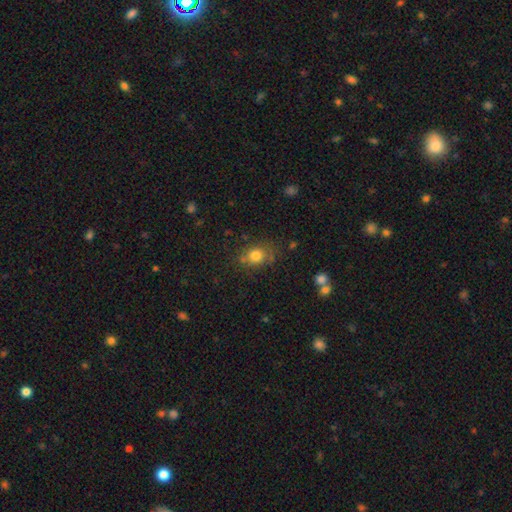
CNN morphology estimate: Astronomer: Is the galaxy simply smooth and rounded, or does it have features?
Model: smooth — 79%.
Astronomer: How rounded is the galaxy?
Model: round — 56% (runner-up: in between, 42%).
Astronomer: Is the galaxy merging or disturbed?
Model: none — 72%.